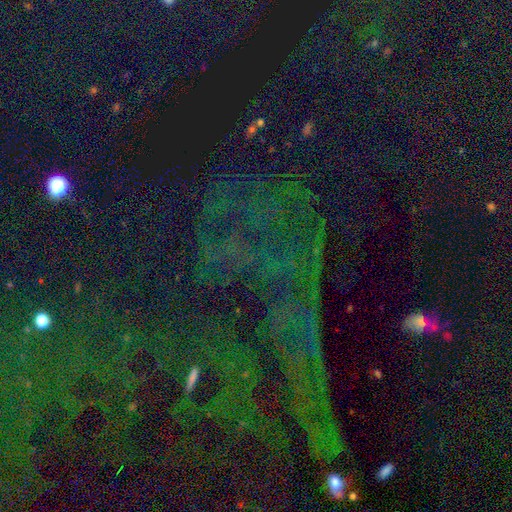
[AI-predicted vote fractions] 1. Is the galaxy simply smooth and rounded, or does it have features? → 78% star or artifact, 12% smooth, 10% featured or disk.